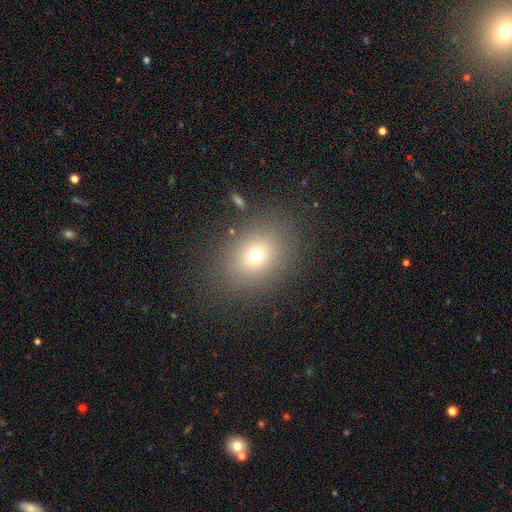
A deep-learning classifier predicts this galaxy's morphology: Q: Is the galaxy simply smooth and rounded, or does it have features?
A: smooth — 70%.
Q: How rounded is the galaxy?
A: in between — 53%.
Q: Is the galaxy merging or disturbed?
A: none — 83%.